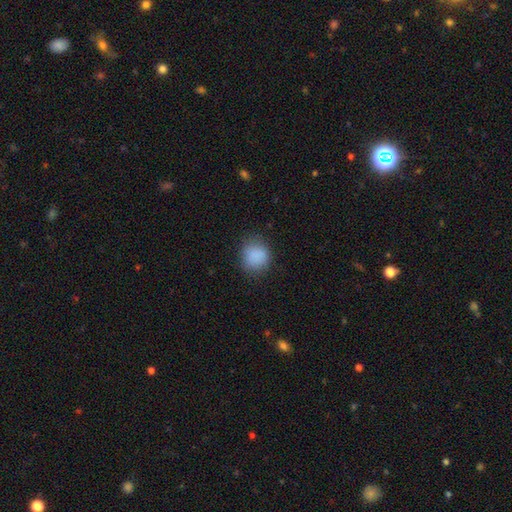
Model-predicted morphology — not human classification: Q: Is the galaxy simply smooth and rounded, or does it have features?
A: smooth — 86%.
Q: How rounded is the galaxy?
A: round — 78%.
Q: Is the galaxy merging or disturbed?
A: none — 79%.